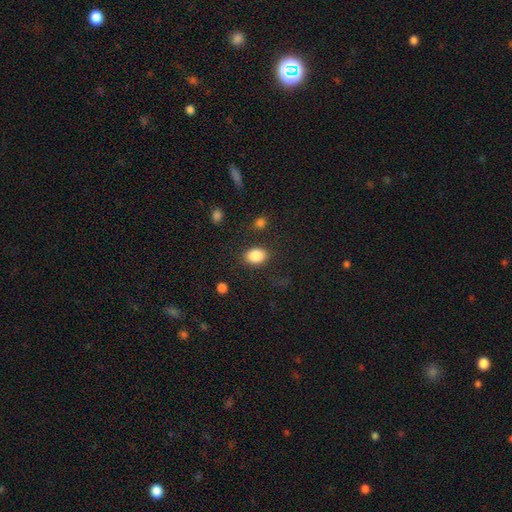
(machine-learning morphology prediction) smooth 86%, star or artifact 8%, featured or disk 5%. Down the decision tree: how rounded — in between (69%); merging — none (82%).